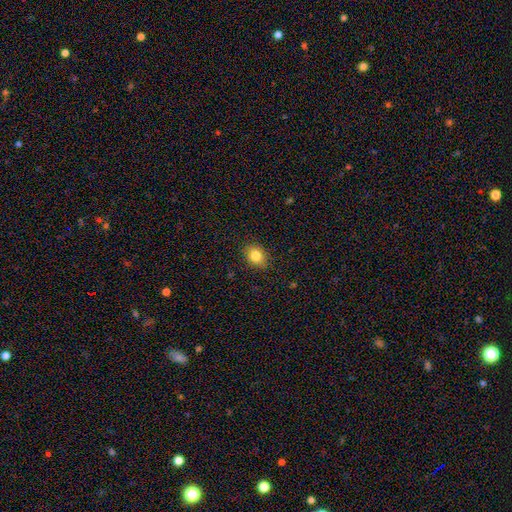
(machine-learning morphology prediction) This is clearly a smooth galaxy (83%). How rounded: possibly in between (50%). Merging: clearly none (87%).